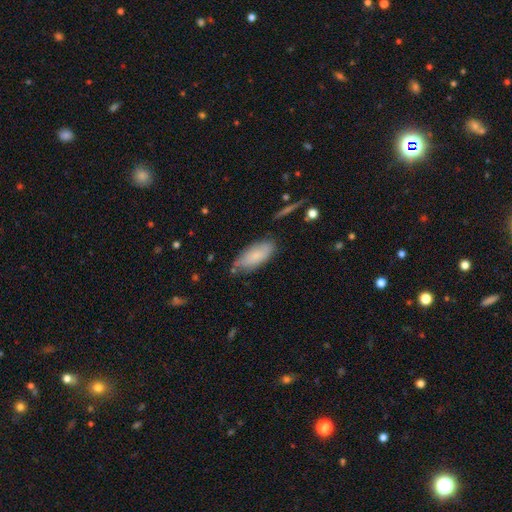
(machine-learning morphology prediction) smooth 79%, featured or disk 15%, star or artifact 7%. Down the decision tree: how rounded — in between (84%); merging — none (69%).